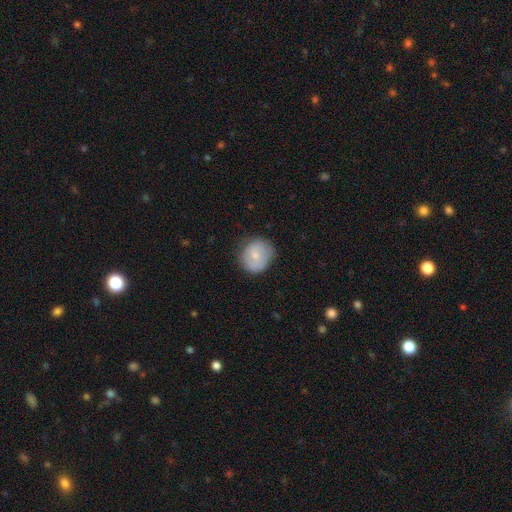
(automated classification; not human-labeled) Smooth or featured? smooth (70%)
How rounded? round (80%)
Merging? none (70%)